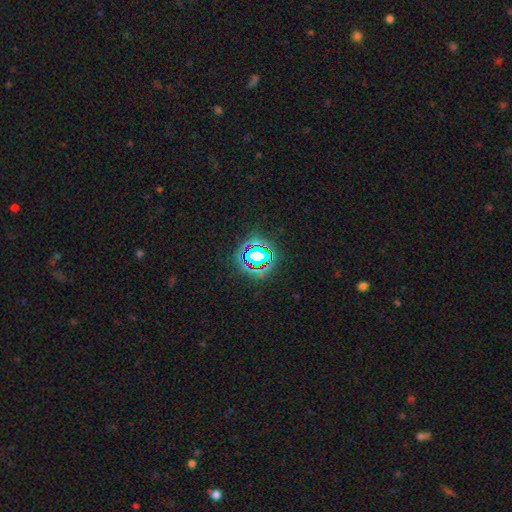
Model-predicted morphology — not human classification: type=star or artifact (68%).